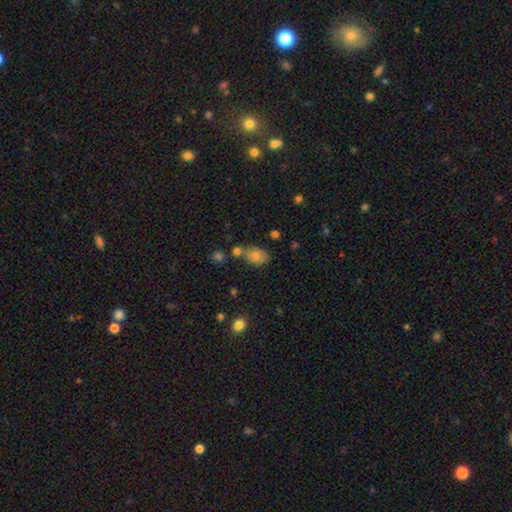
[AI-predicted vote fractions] This appears to be a smooth galaxy with no disk features (76%) that is in between round and cigar-shaped (73%). Merging: none (58%).